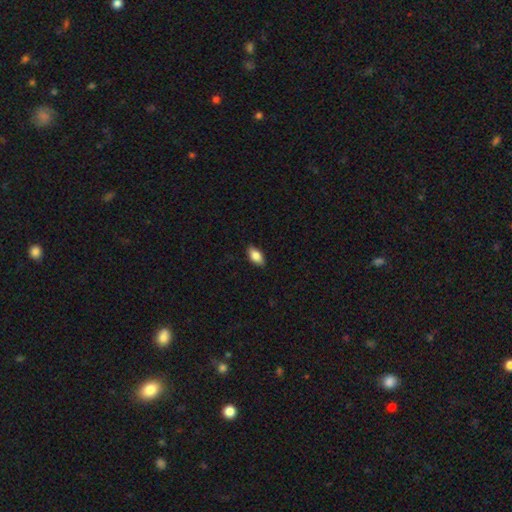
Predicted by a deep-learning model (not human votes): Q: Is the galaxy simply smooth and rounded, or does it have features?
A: smooth — 81%.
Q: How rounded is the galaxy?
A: in between — 90%.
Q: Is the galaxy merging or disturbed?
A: none — 88%.